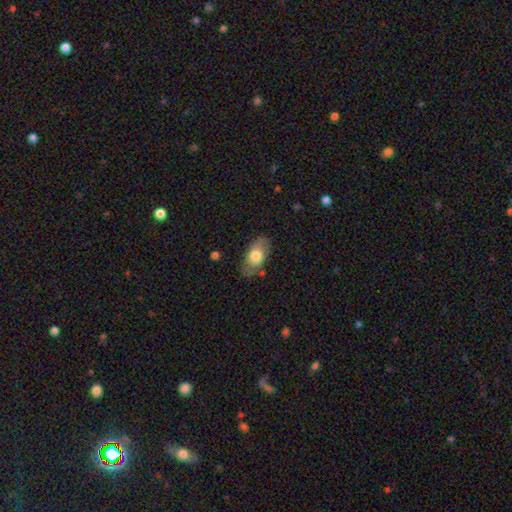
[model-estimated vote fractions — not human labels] This appears to be a smooth galaxy with no disk features (70%) that is in between round and cigar-shaped (91%). Merging: none (75%).